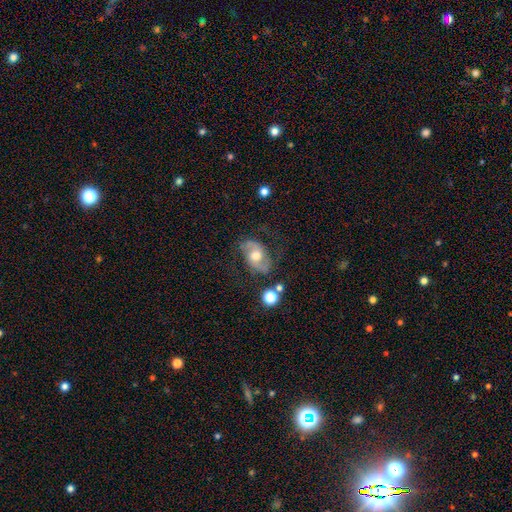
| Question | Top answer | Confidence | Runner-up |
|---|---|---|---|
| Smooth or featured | featured or disk | 70% | smooth (27%) |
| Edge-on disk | no | 96% | yes (4%) |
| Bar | no | 64% | weak (32%) |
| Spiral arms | yes | 88% | no (12%) |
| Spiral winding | medium | 45% | loose (41%) |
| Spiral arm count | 2 | 86% | 1 (5%) |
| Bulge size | moderate | 72% | small (16%) |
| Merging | none | 53% | minor disturbance (31%) |